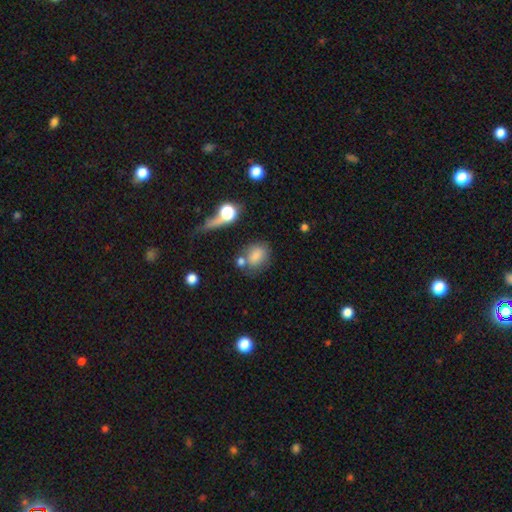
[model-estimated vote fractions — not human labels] Smooth or featured?
  - smooth: 77% *
  - star or artifact: 12%
  - featured or disk: 11%
How rounded?
  - in between: 53% *
  - round: 45%
  - cigar-shaped: 2%
Merging?
  - none: 52% *
  - merger: 19%
  - minor disturbance: 19%
  - major disturbance: 10%